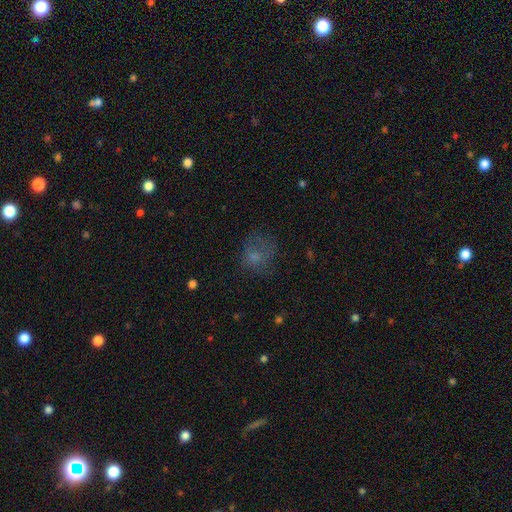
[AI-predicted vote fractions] smooth-or-featured: smooth: 61% | featured or disk: 22% | star or artifact: 17%
  how-rounded: round: 63% | in between: 36% | cigar-shaped: 1%
  merging: none: 46% | major disturbance: 29% | minor disturbance: 22% | merger: 2%